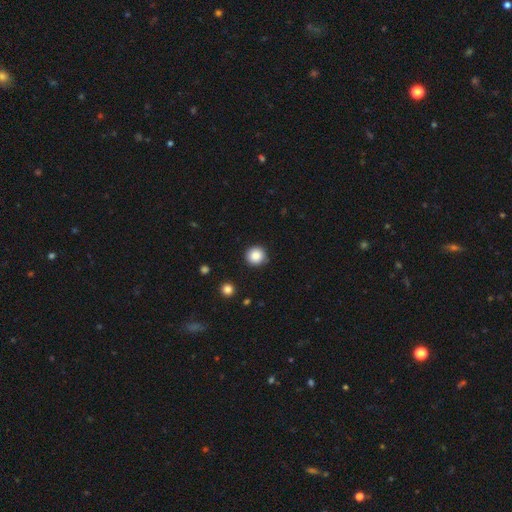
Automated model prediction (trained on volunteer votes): smooth-or-featured: smooth: 86% | star or artifact: 10% | featured or disk: 4%
  how-rounded: round: 95% | in between: 4% | cigar-shaped: 1%
  merging: none: 91% | minor disturbance: 6% | major disturbance: 2% | merger: 1%